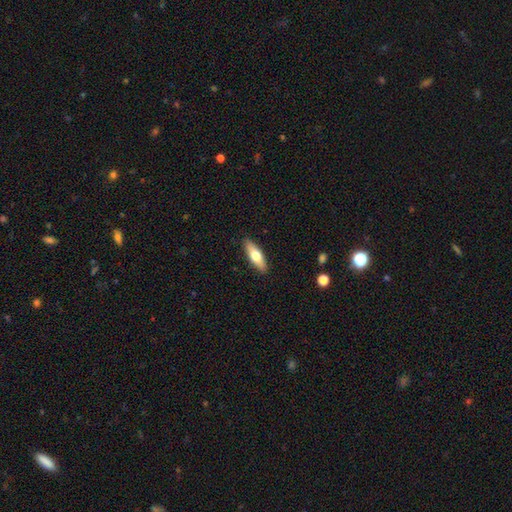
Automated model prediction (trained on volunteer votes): A smooth galaxy with no disk features (62%) that is in between round and cigar-shaped (51%).

Vote fractions:
- Smooth or featured? smooth: 62% / featured or disk: 33% / star or artifact: 6%
- How rounded? in between: 51% / cigar-shaped: 47% / round: 2%
- Merging? none: 89% / minor disturbance: 8% / major disturbance: 2% / merger: 1%